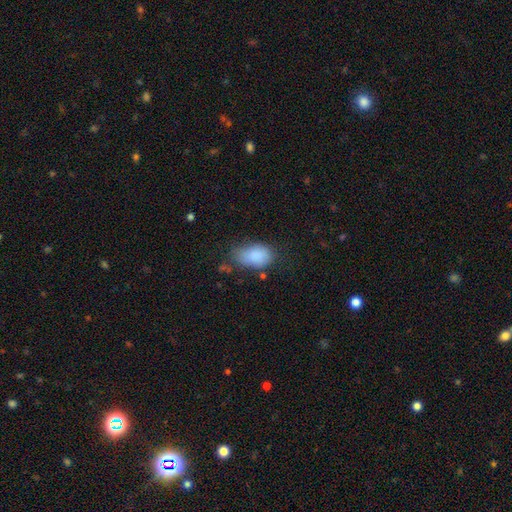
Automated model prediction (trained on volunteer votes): Morphology: type=smooth (85%); roundness=in between (90%); merging=none (51%).